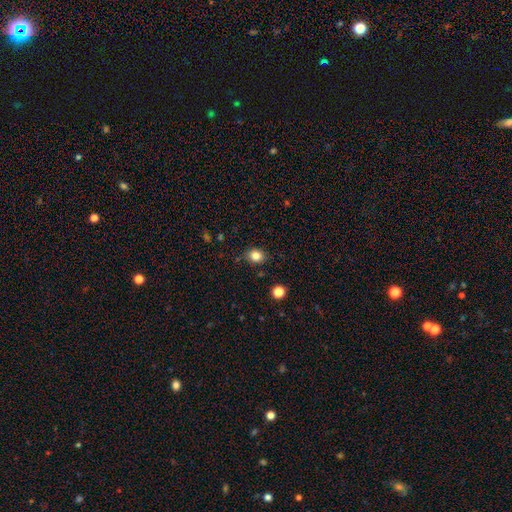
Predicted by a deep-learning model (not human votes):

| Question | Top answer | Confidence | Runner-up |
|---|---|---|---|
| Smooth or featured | smooth | 83% | star or artifact (11%) |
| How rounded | round | 58% | in between (41%) |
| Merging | none | 84% | minor disturbance (11%) |